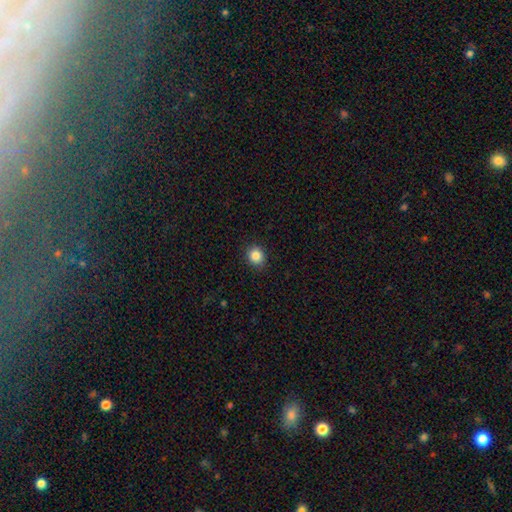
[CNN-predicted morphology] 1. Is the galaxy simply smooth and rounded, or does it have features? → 85% smooth, 10% star or artifact, 5% featured or disk.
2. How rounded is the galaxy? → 81% round, 18% in between, 1% cigar-shaped.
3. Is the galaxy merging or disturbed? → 89% none, 8% minor disturbance, 2% major disturbance, 1% merger.